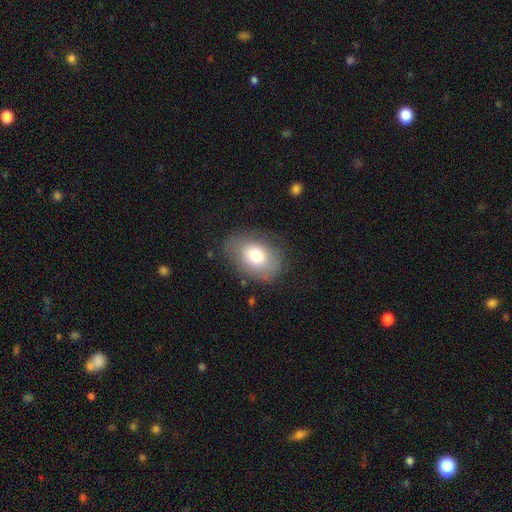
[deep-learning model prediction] A smooth galaxy with no disk features (74%) that is in between round and cigar-shaped (74%). Merging: none (72%).